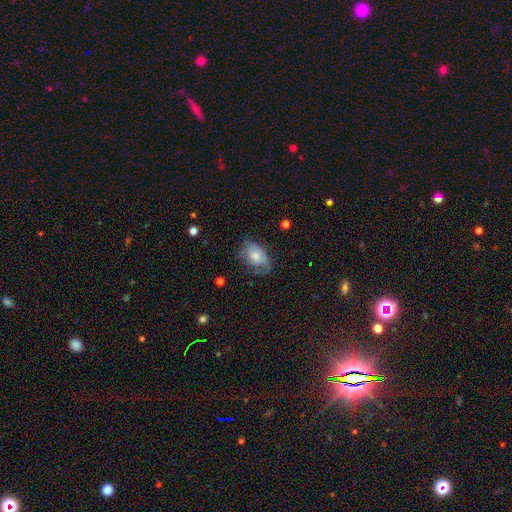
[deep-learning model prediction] Smooth or featured? smooth (47%)
Merging? none (56%)